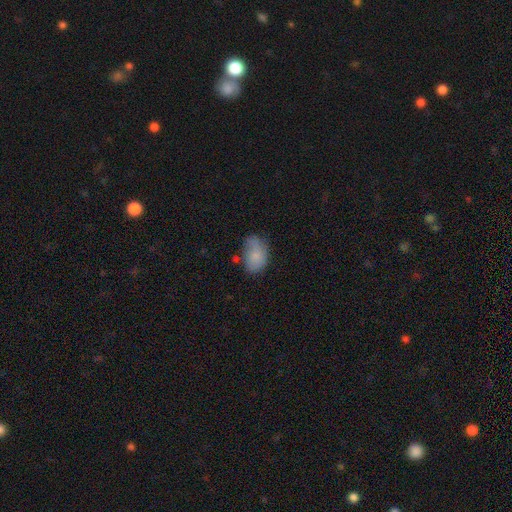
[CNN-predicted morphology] smooth 78%, featured or disk 14%, star or artifact 8%. Down the decision tree: how rounded — in between (85%); merging — none (47%).